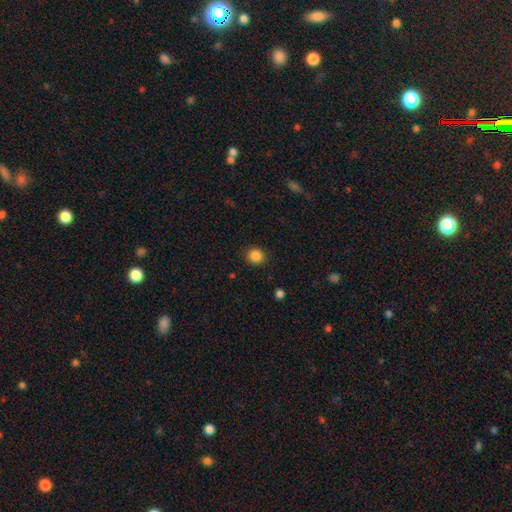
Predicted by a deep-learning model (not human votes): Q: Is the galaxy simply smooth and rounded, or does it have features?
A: smooth — 86%.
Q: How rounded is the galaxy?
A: round — 90%.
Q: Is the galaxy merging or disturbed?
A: none — 91%.